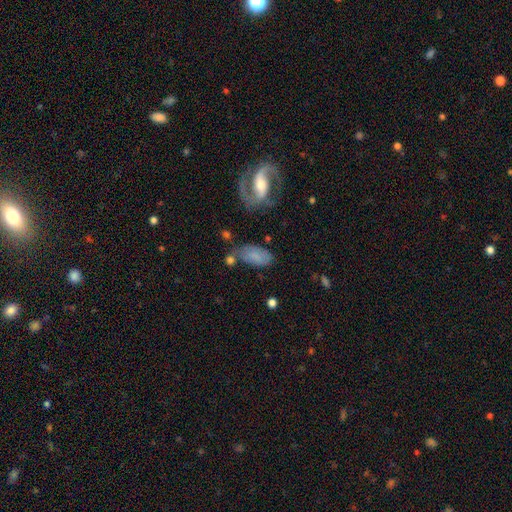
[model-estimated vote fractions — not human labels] smooth-or-featured: smooth: 65% | featured or disk: 26% | star or artifact: 9%
  how-rounded: in between: 90% | cigar-shaped: 6% | round: 4%
  merging: none: 56% | minor disturbance: 24% | major disturbance: 11% | merger: 10%